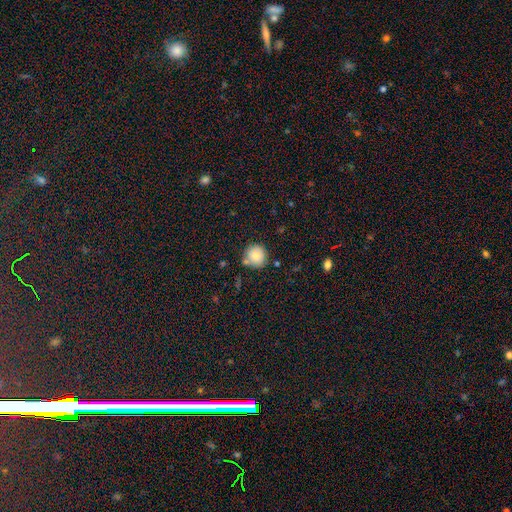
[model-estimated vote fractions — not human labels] The model was most divided on "merging": none: 75%, minor disturbance: 13%, merger: 9%, major disturbance: 3%. More confident: how rounded — round (91%); smooth or featured — smooth (83%).